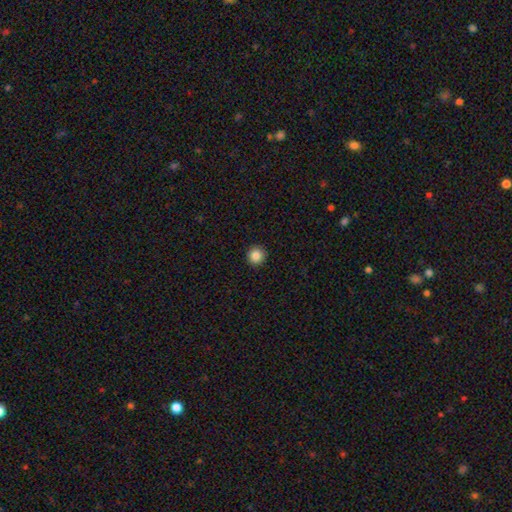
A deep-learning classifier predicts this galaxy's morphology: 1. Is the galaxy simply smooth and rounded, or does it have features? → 85% smooth, 10% star or artifact, 5% featured or disk.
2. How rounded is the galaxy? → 95% round, 4% in between, 1% cigar-shaped.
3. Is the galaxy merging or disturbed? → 93% none, 4% minor disturbance, 1% major disturbance, 1% merger.